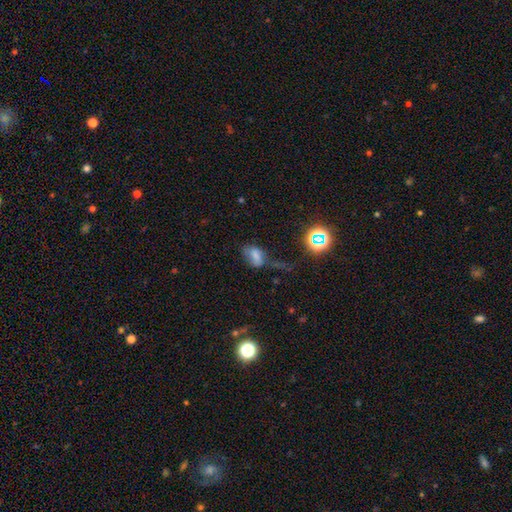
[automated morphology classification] A smooth galaxy with no disk features (64%) that is in between round and cigar-shaped (86%). Merging: none (35%).